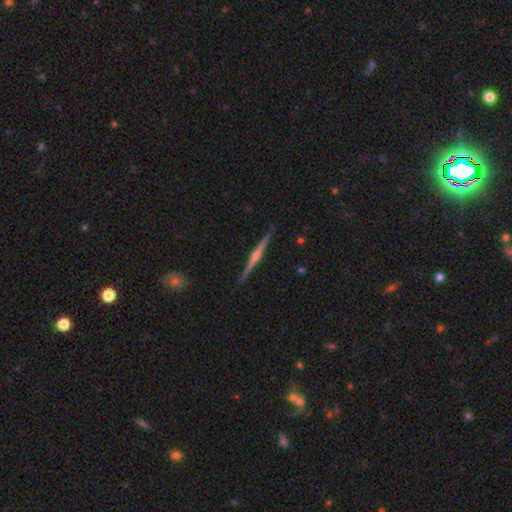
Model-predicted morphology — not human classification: This appears to be a featured or disk galaxy (77%) viewed edge-on (98%) with a rounded central bulge (74%). Merging: none (91%).